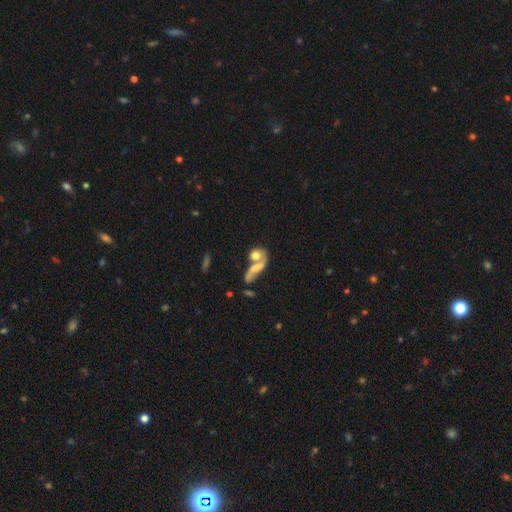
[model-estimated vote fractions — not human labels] This appears to be a smooth galaxy with no disk features (55%) that is in between round and cigar-shaped (54%). Merging: merger (57%).